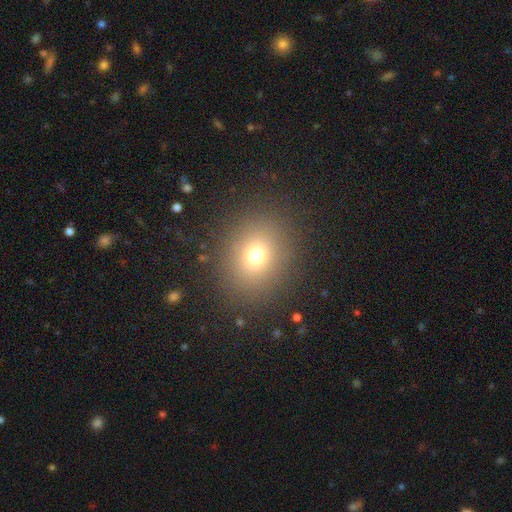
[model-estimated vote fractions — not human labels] smooth 72%, star or artifact 18%, featured or disk 11%. Down the decision tree: how rounded — round (65%); merging — none (87%).